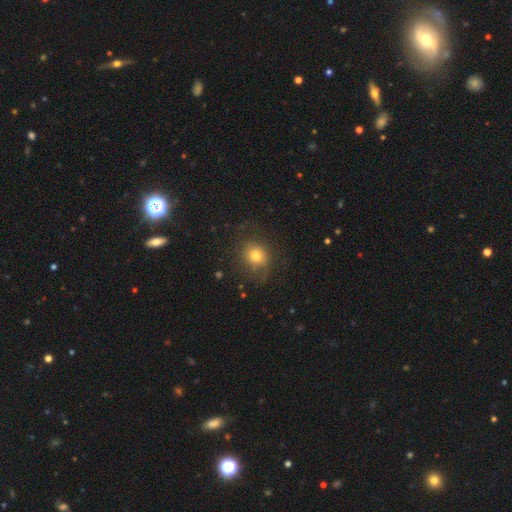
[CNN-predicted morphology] A smooth galaxy with no disk features (71%) that is round (76%). Merging: none (69%).